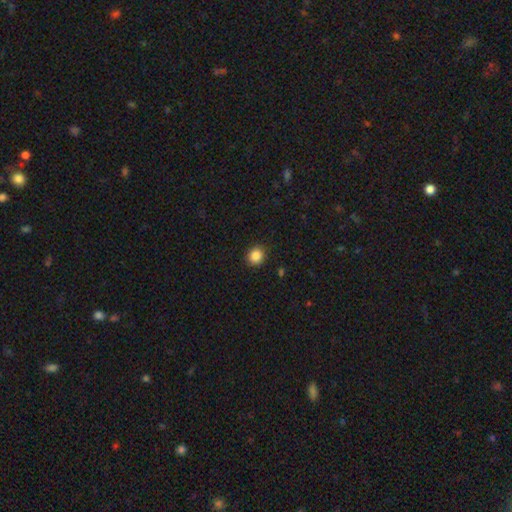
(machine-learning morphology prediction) This appears to be a smooth galaxy with no disk features (87%) that is round (87%). Merging: none (90%).